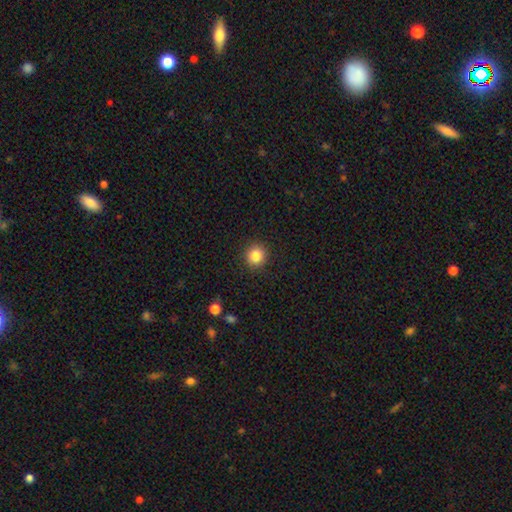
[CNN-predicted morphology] smooth_or_featured: smooth (p=0.84) [alt: star or artifact p=0.10]
how_rounded: round (p=0.93) [alt: in between p=0.06]
merging: none (p=0.91) [alt: minor disturbance p=0.06]